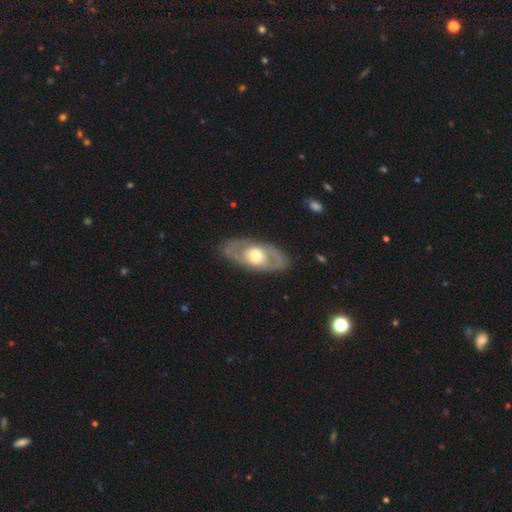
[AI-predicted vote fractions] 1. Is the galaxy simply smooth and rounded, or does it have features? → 66% featured or disk, 30% smooth, 4% star or artifact.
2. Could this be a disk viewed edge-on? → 88% no, 12% yes.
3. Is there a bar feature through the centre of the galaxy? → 77% no, 17% weak, 6% strong.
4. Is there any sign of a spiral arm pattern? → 59% no, 41% yes.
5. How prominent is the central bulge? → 61% moderate, 27% large, 9% small, 2% dominant, 1% none.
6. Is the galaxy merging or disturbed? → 83% none, 11% minor disturbance, 5% major disturbance, 1% merger.